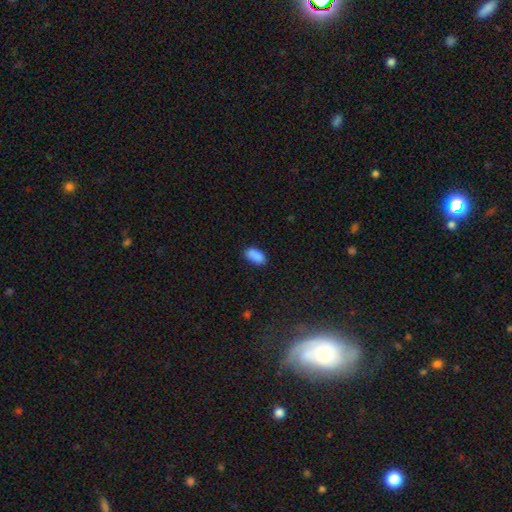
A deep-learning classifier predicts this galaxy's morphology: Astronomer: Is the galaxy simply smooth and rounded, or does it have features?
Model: smooth — 85%.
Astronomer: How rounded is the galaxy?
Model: in between — 91%.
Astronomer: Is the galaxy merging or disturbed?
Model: none — 66%.